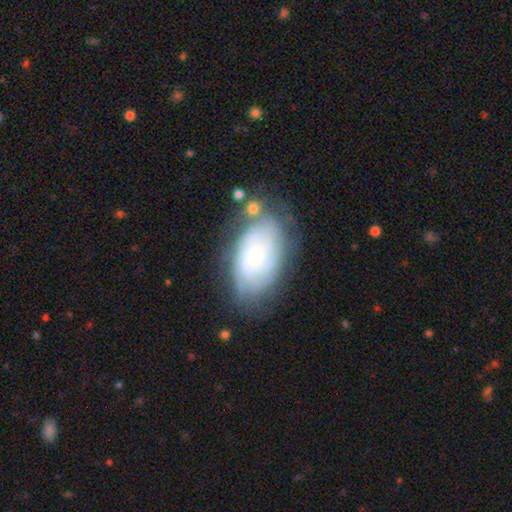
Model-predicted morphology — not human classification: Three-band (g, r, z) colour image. It shows a featured or disk galaxy (69%) with no bar (77%), tight (73%) spiral arms (89%) and a small central bulge (70%). Merging: none (66%).